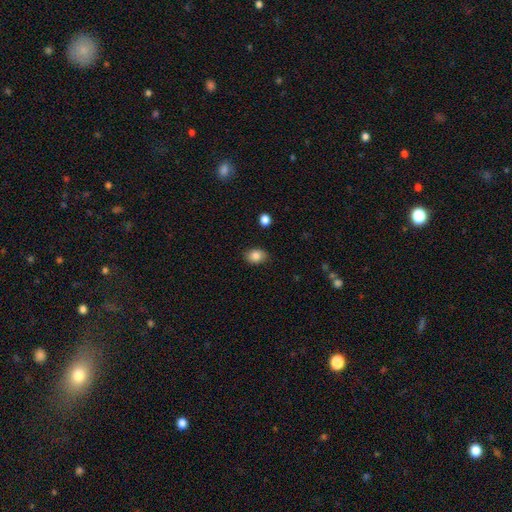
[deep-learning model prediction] smooth-or-featured: smooth: 85% | star or artifact: 9% | featured or disk: 6%
  how-rounded: in between: 61% | round: 38% | cigar-shaped: 1%
  merging: none: 85% | minor disturbance: 12% | major disturbance: 2% | merger: 1%